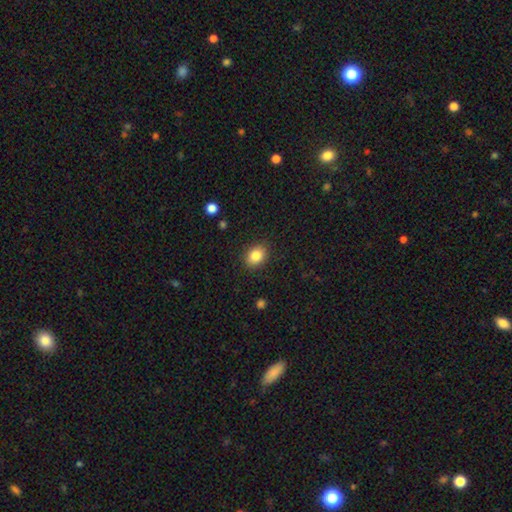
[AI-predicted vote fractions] smooth-or-featured: smooth: 85% | star or artifact: 9% | featured or disk: 6%
  how-rounded: in between: 50% | round: 49% | cigar-shaped: 1%
  merging: none: 88% | minor disturbance: 8% | major disturbance: 2% | merger: 1%